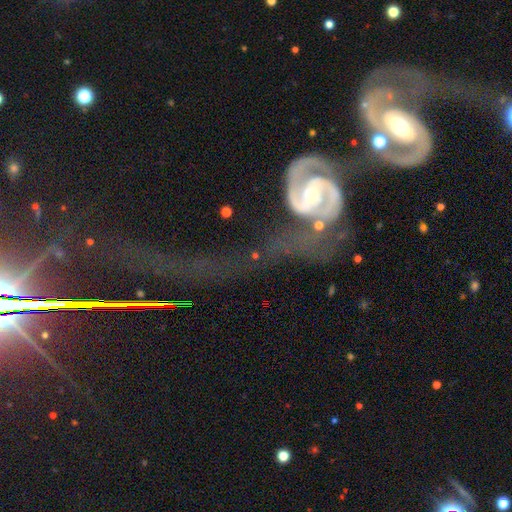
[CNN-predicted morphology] A featured or disk galaxy (84%) with a weak bar (39%), 2 (85%) medium (44%) spiral arms (90%) and a small central bulge (48%). Merging: major disturbance (37%).